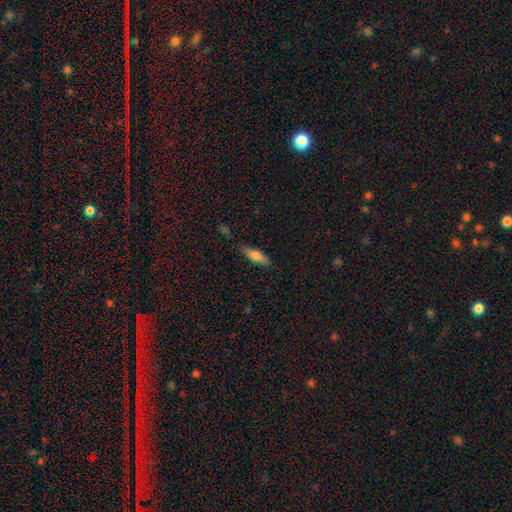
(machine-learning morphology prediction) A smooth galaxy with no disk features (75%) that is in between round and cigar-shaped (53%).

Vote fractions:
- Smooth or featured? smooth: 75% / featured or disk: 17% / star or artifact: 8%
- How rounded? in between: 53% / cigar-shaped: 45% / round: 2%
- Merging? none: 79% / minor disturbance: 16% / major disturbance: 3% / merger: 2%